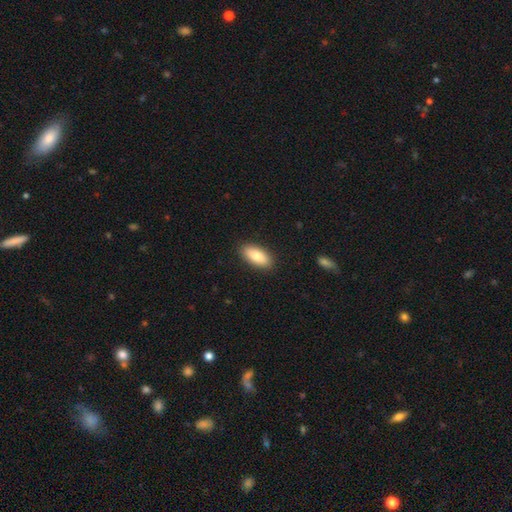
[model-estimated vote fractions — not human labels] Overall: smooth (82%). How rounded: in between (89%). Merging: none (89%).